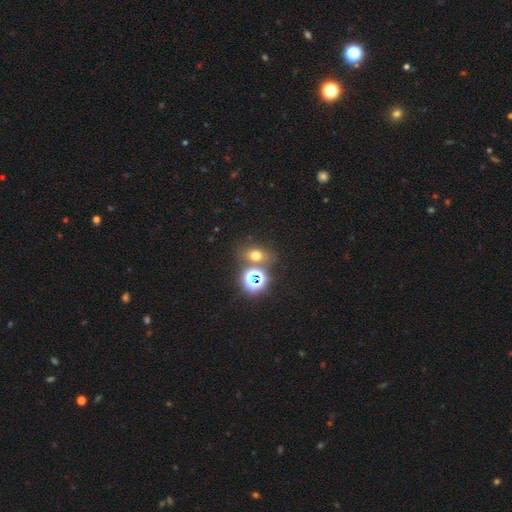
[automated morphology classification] A smooth galaxy with no disk features (56%) that is in between round and cigar-shaped (49%).

Vote fractions:
- Smooth or featured? smooth: 56% / star or artifact: 33% / featured or disk: 11%
- How rounded? in between: 49% / round: 48% / cigar-shaped: 2%
- Merging? none: 67% / merger: 18% / minor disturbance: 11% / major disturbance: 5%